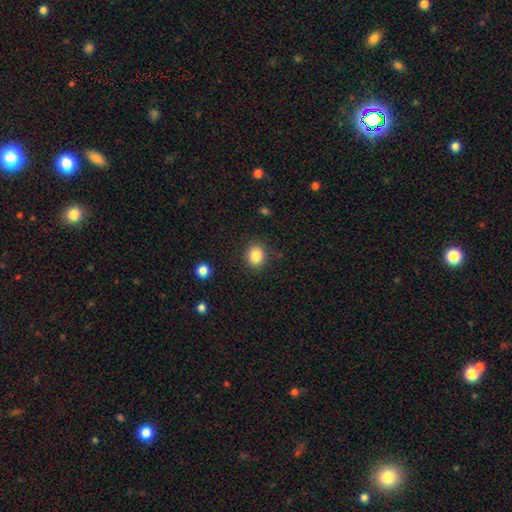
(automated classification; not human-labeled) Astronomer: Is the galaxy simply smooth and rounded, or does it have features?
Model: smooth — 86%.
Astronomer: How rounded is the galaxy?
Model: round — 66%.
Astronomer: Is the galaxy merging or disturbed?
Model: none — 88%.